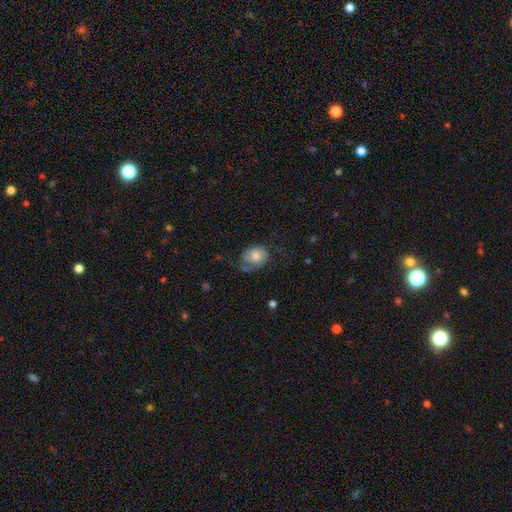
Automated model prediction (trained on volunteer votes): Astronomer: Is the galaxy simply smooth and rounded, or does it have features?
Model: featured or disk — 48% (runner-up: smooth, 44%).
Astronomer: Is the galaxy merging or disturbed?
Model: none — 50% (runner-up: minor disturbance, 26%).